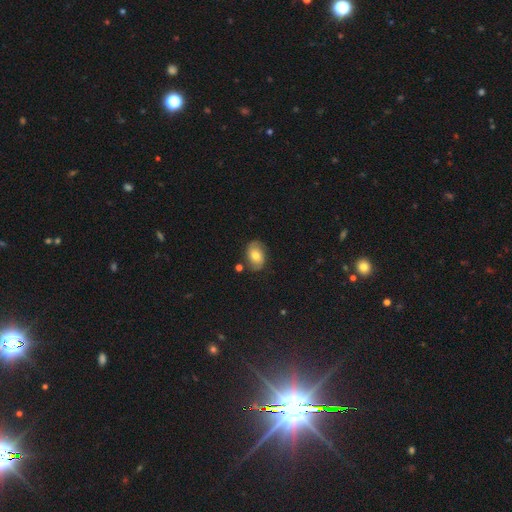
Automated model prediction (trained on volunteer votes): This appears to be a featured or disk galaxy (46%). Merging: none (75%).